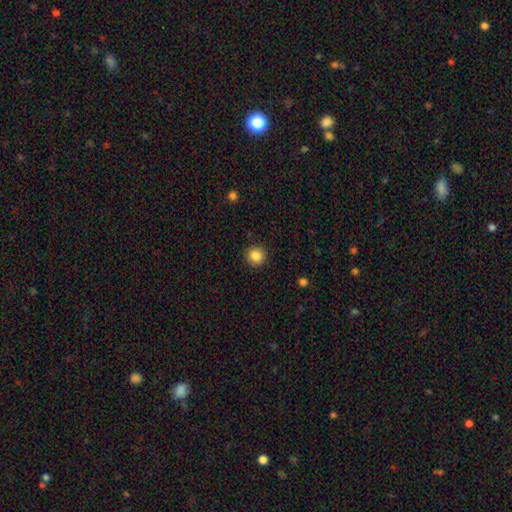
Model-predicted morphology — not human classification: Q: Smooth or featured?
A: smooth (86%); runner-up: star or artifact (10%)
Q: How rounded?
A: round (91%); runner-up: in between (8%)
Q: Merging?
A: none (91%); runner-up: minor disturbance (6%)